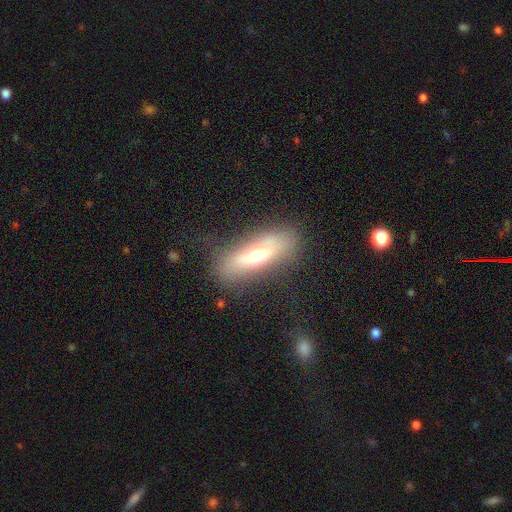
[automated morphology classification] Overall: smooth (52%; featured or disk 39%). How rounded: in between (59%; cigar-shaped 36%). Merging: none (76%).